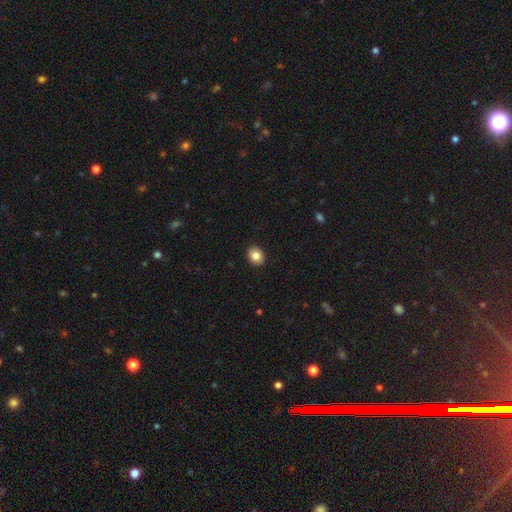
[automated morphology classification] A smooth galaxy with no disk features (84%) that is round (66%). Merging: none (92%).